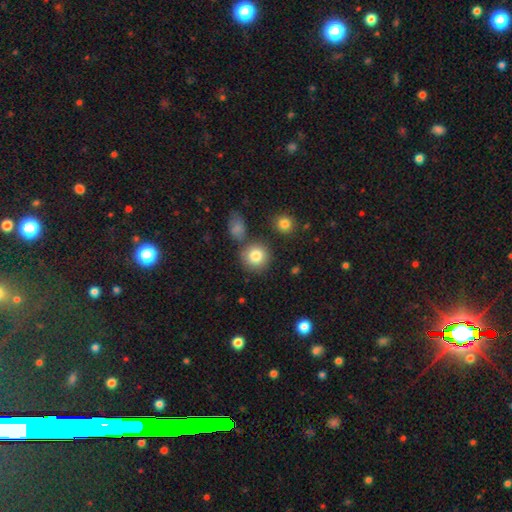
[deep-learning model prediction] smooth_or_featured: smooth (p=0.83) [alt: star or artifact p=0.09]
how_rounded: round (p=0.90) [alt: in between p=0.09]
merging: none (p=0.76) [alt: merger p=0.11]